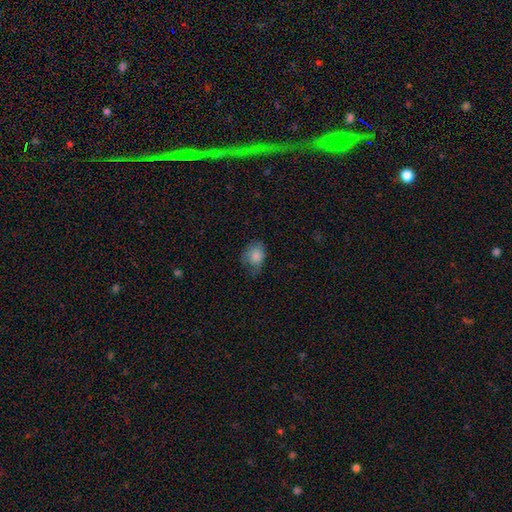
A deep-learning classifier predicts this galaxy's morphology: Overall: smooth (79%). How rounded: in between (58%; round 41%). Merging: none (46%; minor disturbance 35%).